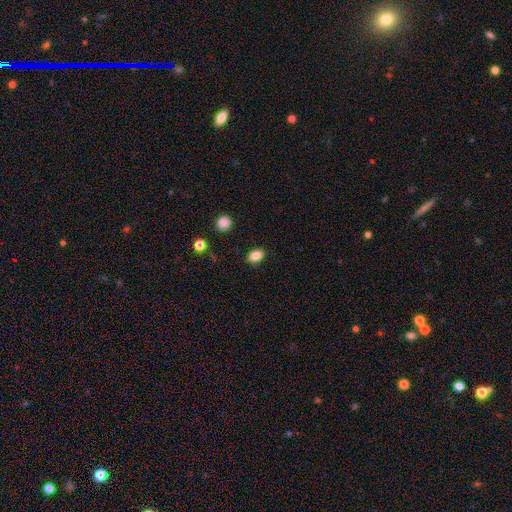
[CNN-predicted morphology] This appears to be a smooth galaxy with no disk features (85%) that is in between round and cigar-shaped (81%). Merging: none (88%).